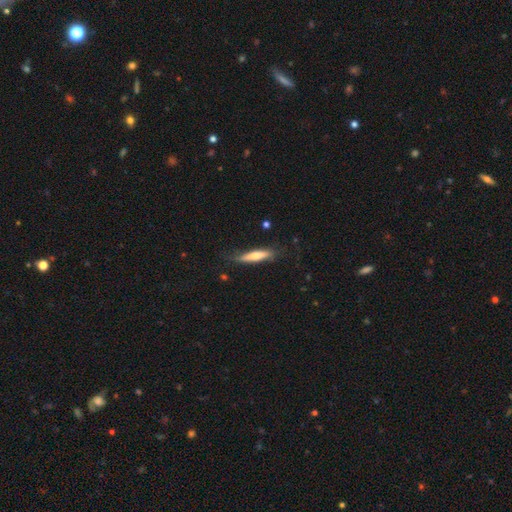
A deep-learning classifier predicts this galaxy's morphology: A smooth galaxy with no disk features (58%) that is cigar-shaped (84%).

Vote fractions:
- Smooth or featured? smooth: 58% / featured or disk: 36% / star or artifact: 5%
- How rounded? cigar-shaped: 84% / in between: 14% / round: 2%
- Merging? none: 70% / minor disturbance: 22% / major disturbance: 6% / merger: 2%